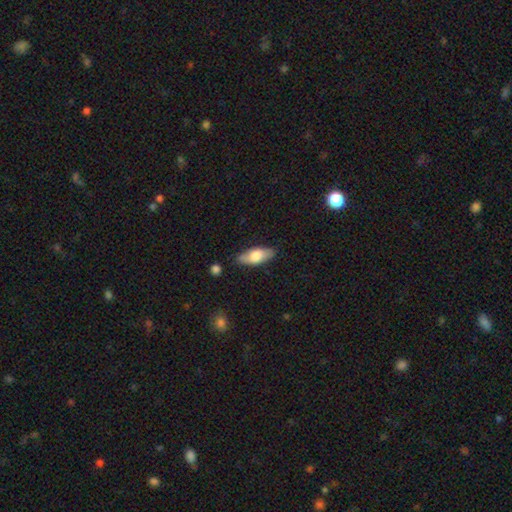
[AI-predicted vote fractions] Smooth or featured? smooth (66%)
How rounded? in between (78%)
Merging? none (81%)